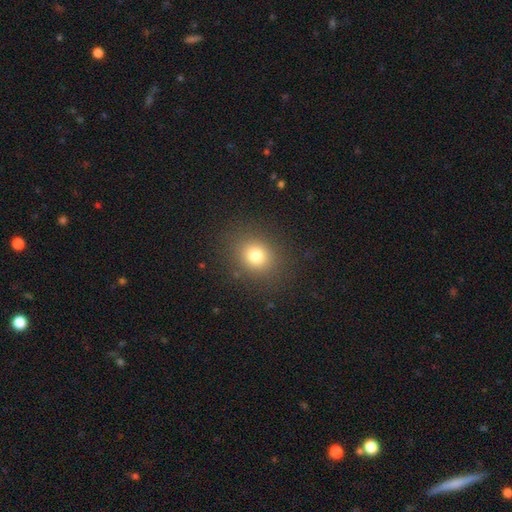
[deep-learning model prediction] Morphology: type=smooth (77%); roundness=round (73%); merging=none (86%).